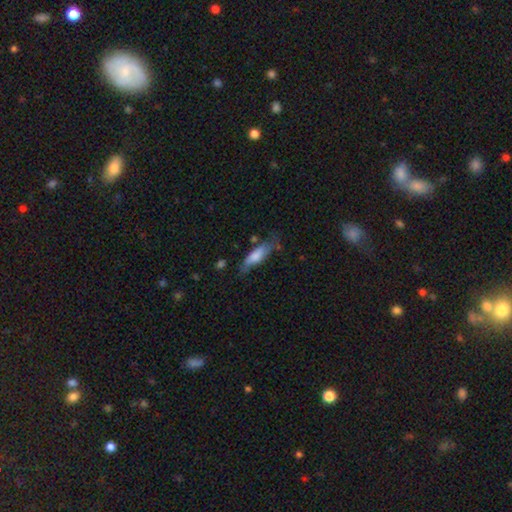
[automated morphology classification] A smooth galaxy with no disk features (70%) that is in between round and cigar-shaped (51%). Merging: none (56%).